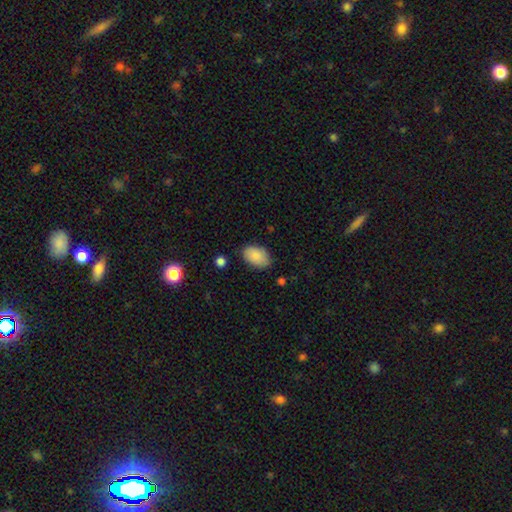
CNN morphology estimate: smooth-or-featured: smooth: 88% | star or artifact: 7% | featured or disk: 5%
  how-rounded: in between: 91% | round: 8% | cigar-shaped: 1%
  merging: none: 81% | minor disturbance: 14% | major disturbance: 3% | merger: 2%